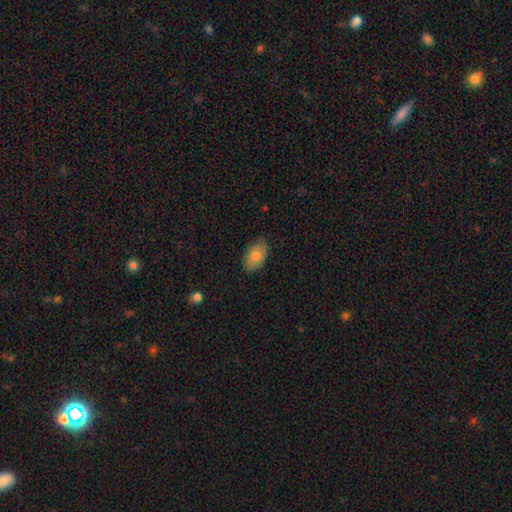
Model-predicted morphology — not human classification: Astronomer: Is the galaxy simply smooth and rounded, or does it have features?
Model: smooth — 78%.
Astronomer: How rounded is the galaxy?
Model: in between — 91%.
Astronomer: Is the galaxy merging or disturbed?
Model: none — 85%.